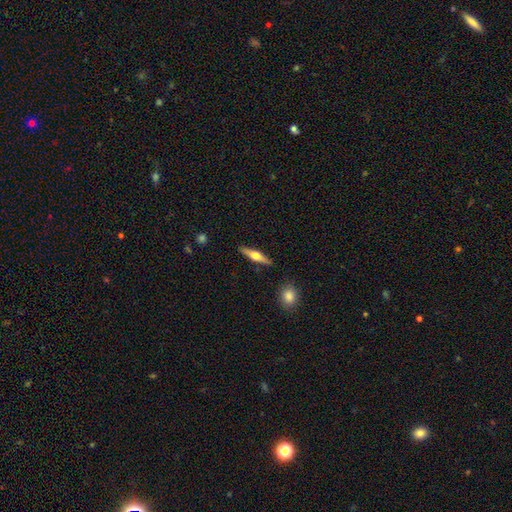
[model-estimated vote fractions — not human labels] smooth-or-featured: featured or disk: 59% | smooth: 36% | star or artifact: 6%
  disk-edge-on: yes: 96% | no: 4%
    edge-on-bulge: rounded: 94% | boxy: 4% | none: 3%
  merging: none: 89% | minor disturbance: 7% | merger: 2% | major disturbance: 2%